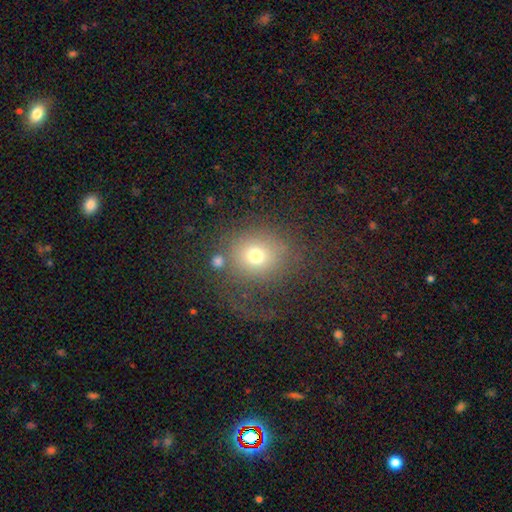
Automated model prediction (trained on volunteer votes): Overall: smooth (68%). How rounded: round (80%). Merging: none (55%; major disturbance 23%).